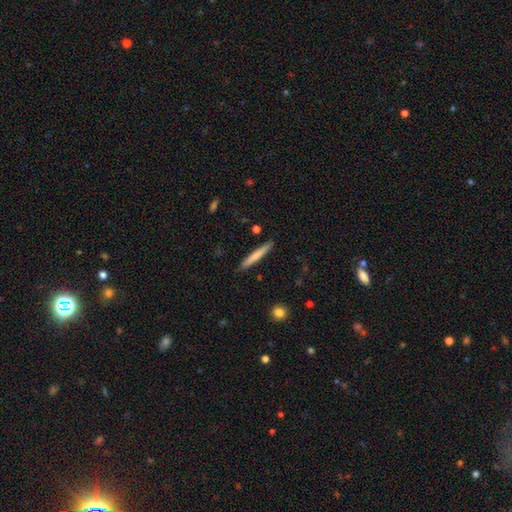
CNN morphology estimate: This appears to be a smooth galaxy with no disk features (69%) that is cigar-shaped (95%). Merging: none (89%).